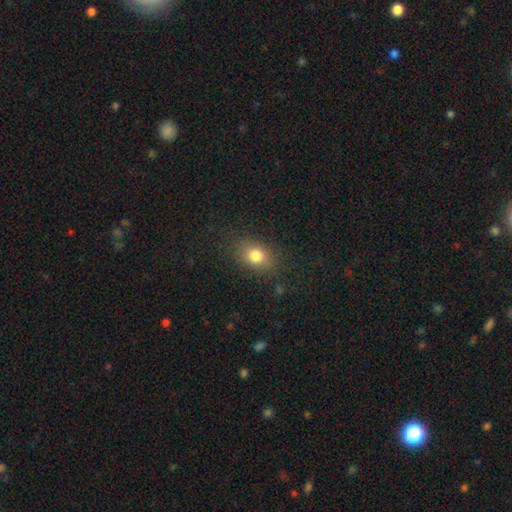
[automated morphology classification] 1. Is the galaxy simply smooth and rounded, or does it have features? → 80% smooth, 12% star or artifact, 8% featured or disk.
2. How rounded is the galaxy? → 56% in between, 43% round, 2% cigar-shaped.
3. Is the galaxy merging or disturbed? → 83% none, 12% minor disturbance, 5% major disturbance, 1% merger.